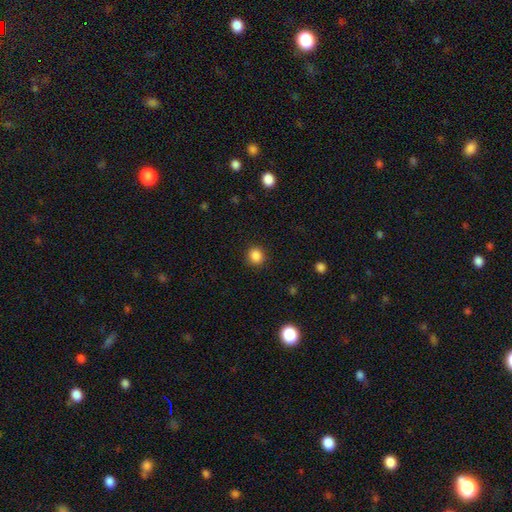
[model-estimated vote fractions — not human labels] This appears to be a smooth galaxy with no disk features (86%) that is round (84%). Merging: none (89%).